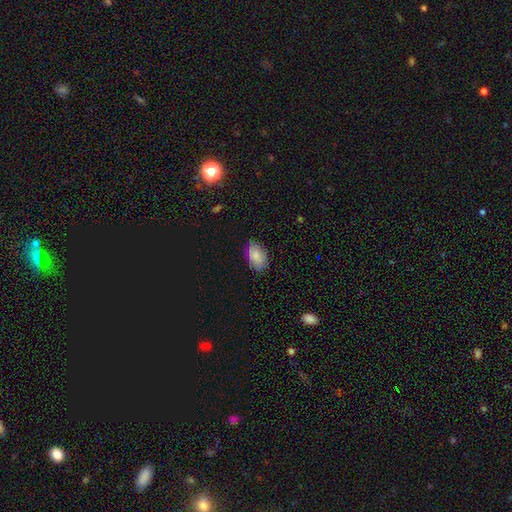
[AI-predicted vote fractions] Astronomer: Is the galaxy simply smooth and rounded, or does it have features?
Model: smooth — 84%.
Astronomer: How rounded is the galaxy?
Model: in between — 91%.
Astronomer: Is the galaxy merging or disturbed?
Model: none — 82%.